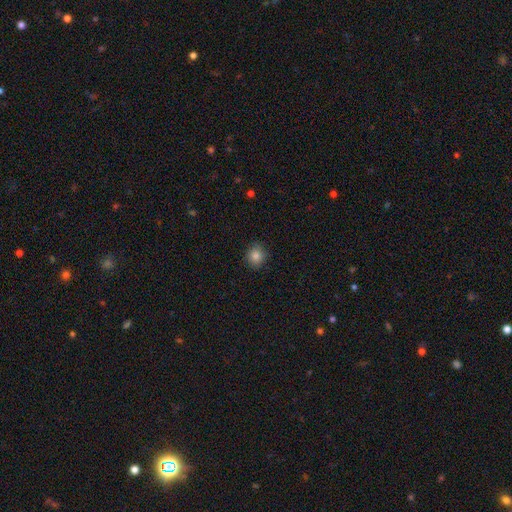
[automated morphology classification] Overall: smooth (85%). How rounded: round (80%). Merging: none (87%).